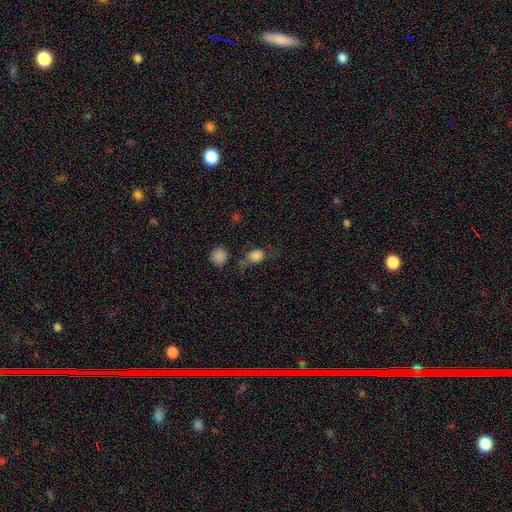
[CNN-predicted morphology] Smooth or featured? Predicted: smooth (p=0.78). How rounded? Predicted: in between (p=0.54). Merging? Predicted: none (p=0.48).